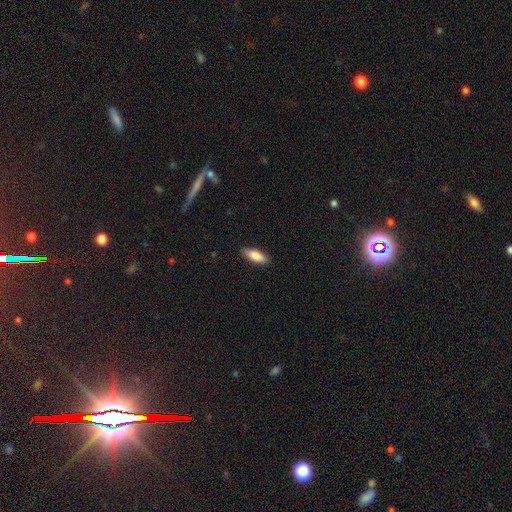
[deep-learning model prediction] Overall: smooth (84%). How rounded: in between (67%; cigar-shaped 31%). Merging: none (87%).